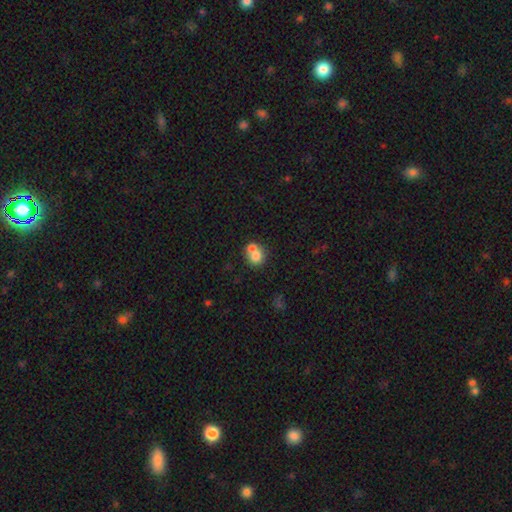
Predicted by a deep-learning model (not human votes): Smooth or featured? smooth (72%)
How rounded? round (77%)
Merging? merger (60%)